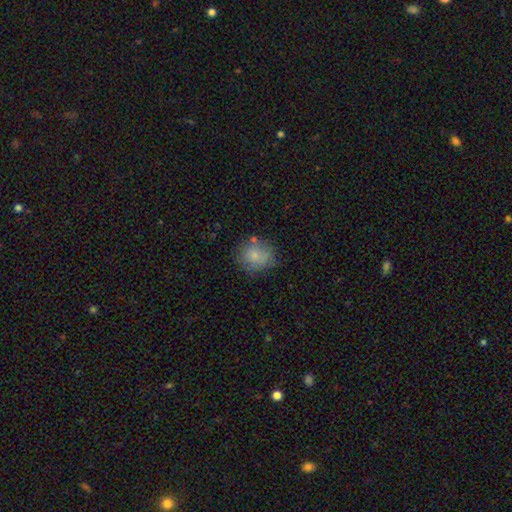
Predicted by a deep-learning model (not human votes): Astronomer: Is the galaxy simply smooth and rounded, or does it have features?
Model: smooth — 78%.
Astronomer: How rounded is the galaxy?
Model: round — 82%.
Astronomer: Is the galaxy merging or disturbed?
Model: none — 69%.